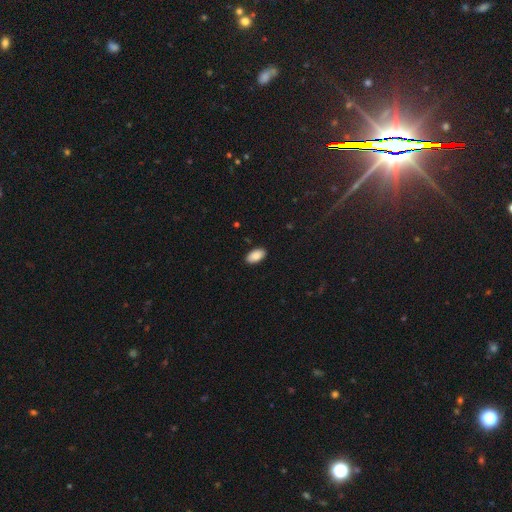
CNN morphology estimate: Smooth or featured? Predicted: smooth (p=0.89). How rounded? Predicted: in between (p=0.95). Merging? Predicted: none (p=0.89).